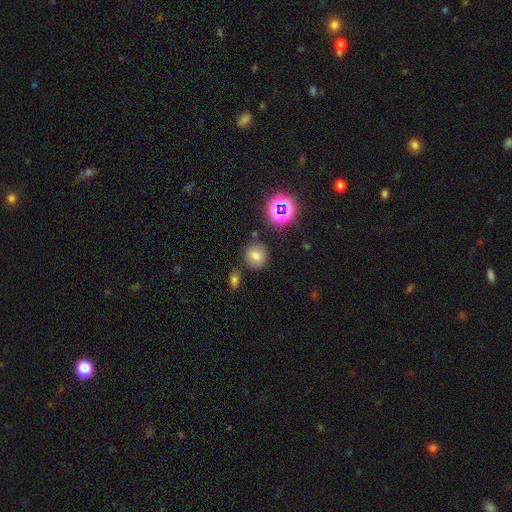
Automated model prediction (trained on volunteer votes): Smooth or featured: smooth — 73% (star or artifact — 18%)
How rounded: round — 87% (in between — 12%)
Merging: none — 81% (minor disturbance — 9%)